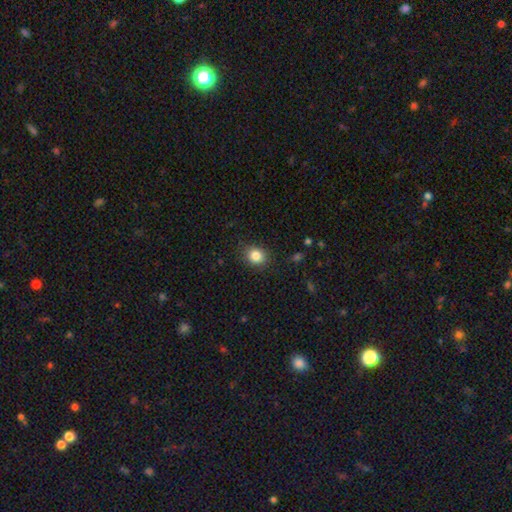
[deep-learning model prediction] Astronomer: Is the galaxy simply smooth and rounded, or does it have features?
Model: smooth — 85%.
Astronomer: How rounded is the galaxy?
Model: round — 70%.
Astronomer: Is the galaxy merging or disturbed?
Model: none — 86%.